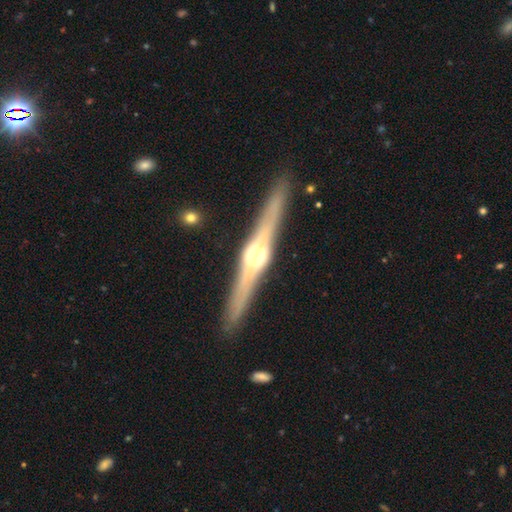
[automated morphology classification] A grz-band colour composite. It shows a featured or disk galaxy (83%) viewed edge-on (98%) with a rounded central bulge (92%). Merging: none (91%).